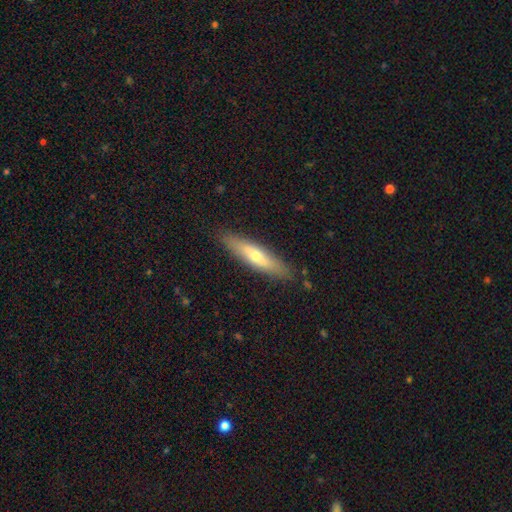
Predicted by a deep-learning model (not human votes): smooth_or_featured: smooth (p=0.55) [alt: featured or disk p=0.39]
how_rounded: cigar-shaped (p=0.79) [alt: in between p=0.19]
merging: none (p=0.87) [alt: minor disturbance p=0.09]